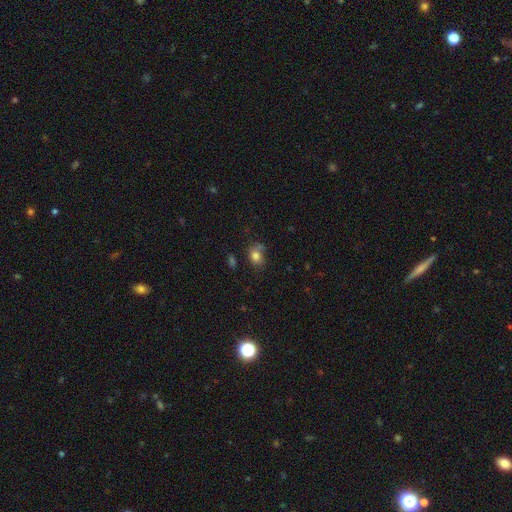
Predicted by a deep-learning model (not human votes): This appears to be a smooth galaxy with no disk features (80%) that is in between round and cigar-shaped (53%). Merging: none (61%).